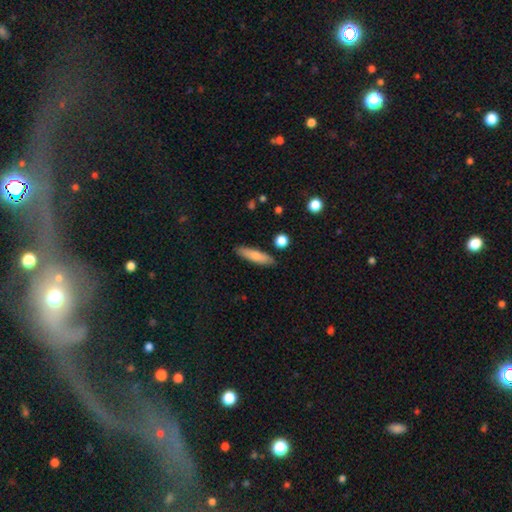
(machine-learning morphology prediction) type=smooth (78%); roundness=cigar-shaped (75%); merging=none (87%).